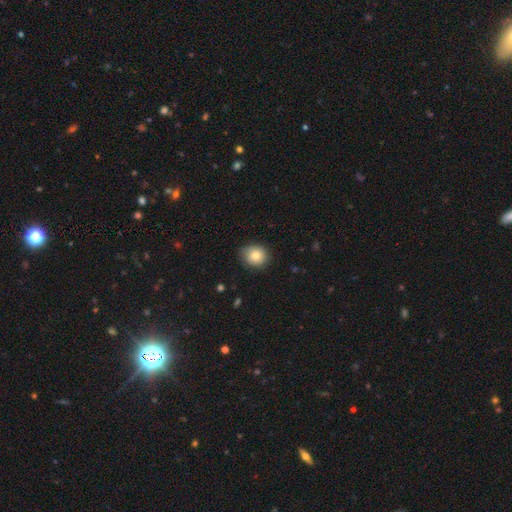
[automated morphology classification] Smooth or featured?
  - smooth: 77% *
  - featured or disk: 14%
  - star or artifact: 9%
How rounded?
  - round: 76% *
  - in between: 23%
  - cigar-shaped: 1%
Merging?
  - none: 78% *
  - minor disturbance: 17%
  - major disturbance: 3%
  - merger: 1%